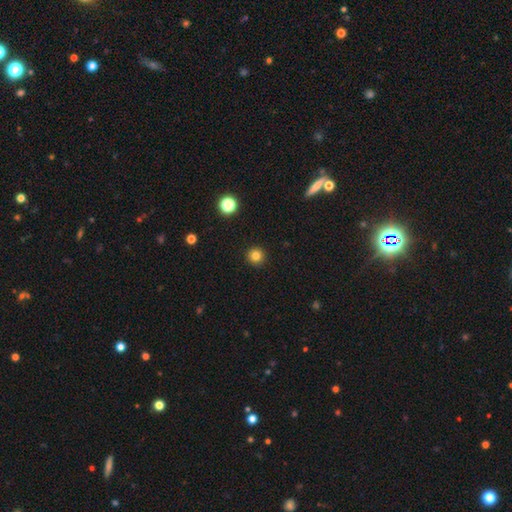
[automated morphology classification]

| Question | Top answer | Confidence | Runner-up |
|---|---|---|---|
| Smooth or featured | smooth | 81% | star or artifact (13%) |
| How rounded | round | 96% | in between (3%) |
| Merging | none | 93% | minor disturbance (4%) |